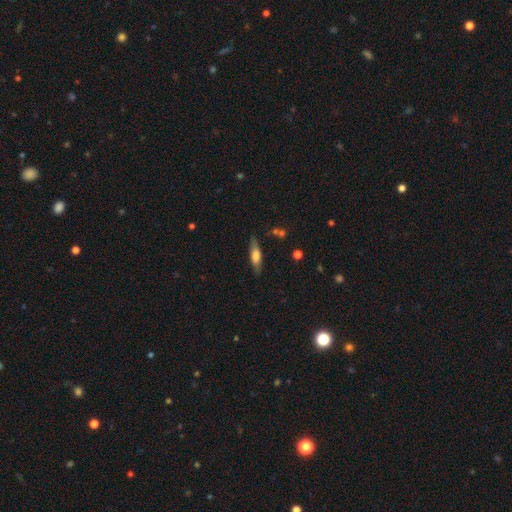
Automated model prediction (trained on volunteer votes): Q: Smooth or featured?
A: smooth (59%); runner-up: featured or disk (34%)
Q: How rounded?
A: cigar-shaped (61%); runner-up: in between (37%)
Q: Merging?
A: none (81%); runner-up: minor disturbance (13%)